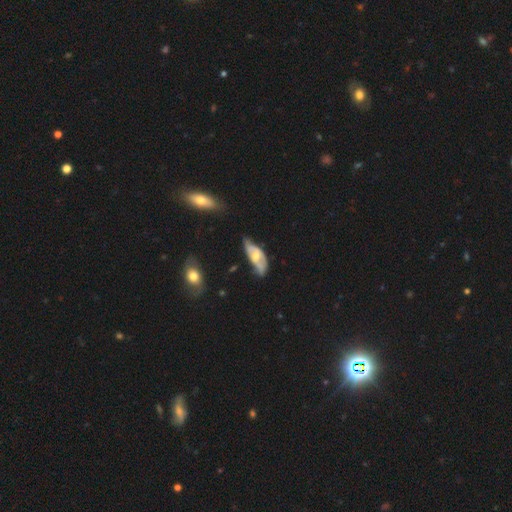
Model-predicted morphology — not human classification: The model was most divided on "merging": none: 42%, minor disturbance: 38%, major disturbance: 16%, merger: 4%. More confident: edge-on disk — no (83%); smooth or featured — featured or disk (58%).